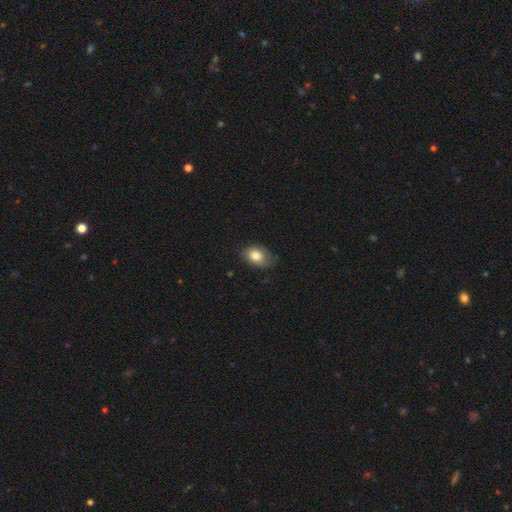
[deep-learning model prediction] smooth-or-featured: smooth: 83% | featured or disk: 9% | star or artifact: 8%
  how-rounded: in between: 80% | round: 18% | cigar-shaped: 1%
  merging: none: 66% | minor disturbance: 27% | major disturbance: 6% | merger: 1%